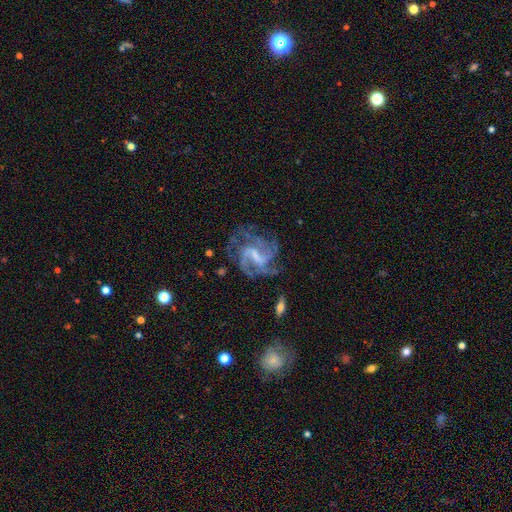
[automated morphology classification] A featured or disk galaxy (87%) with a weak bar (52%), 3 (31%) medium (53%) spiral arms (95%) and a small central bulge (36%). Merging: none (60%).